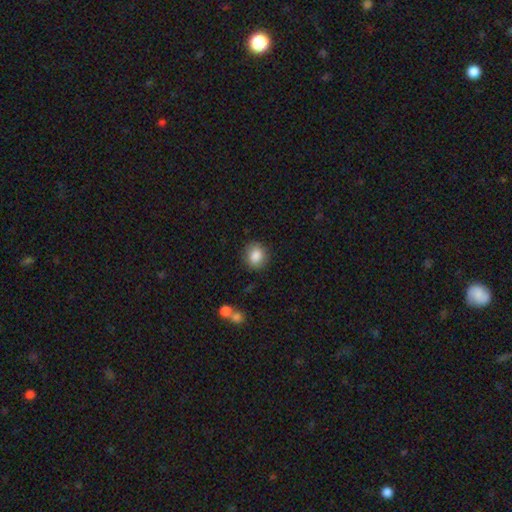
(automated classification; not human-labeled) Smooth or featured: smooth — 86% (star or artifact — 9%)
How rounded: round — 77% (in between — 22%)
Merging: none — 86% (minor disturbance — 10%)